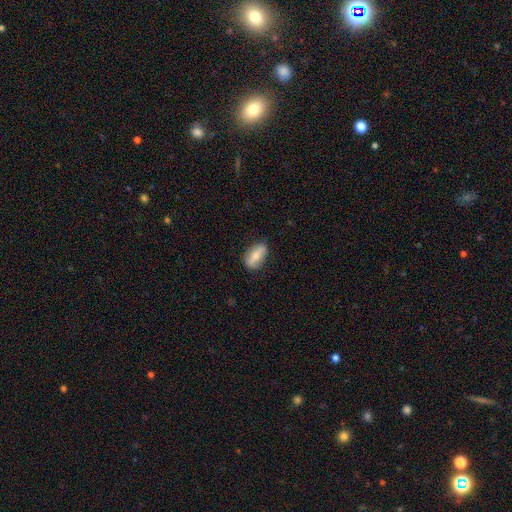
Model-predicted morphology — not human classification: Q: Smooth or featured?
A: smooth (73%); runner-up: featured or disk (20%)
Q: How rounded?
A: in between (83%); runner-up: cigar-shaped (12%)
Q: Merging?
A: none (82%); runner-up: minor disturbance (14%)